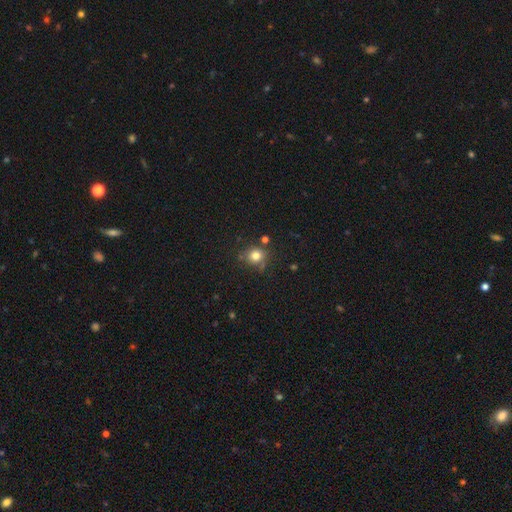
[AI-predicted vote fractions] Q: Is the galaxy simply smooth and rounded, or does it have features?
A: smooth — 79%.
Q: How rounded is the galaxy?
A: round — 81%.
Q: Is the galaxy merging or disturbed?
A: none — 76%.